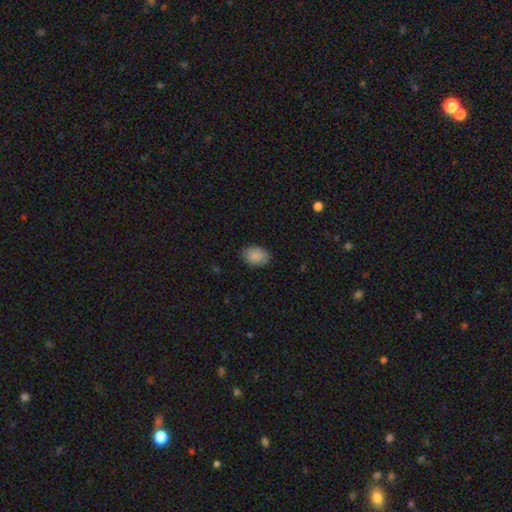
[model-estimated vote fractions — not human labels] Overall: smooth (89%). How rounded: in between (76%). Merging: none (82%).